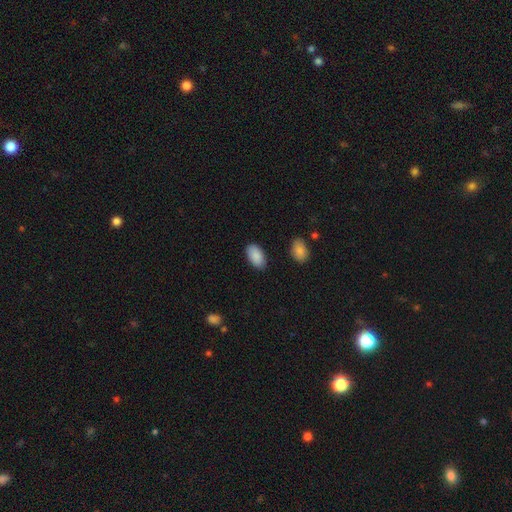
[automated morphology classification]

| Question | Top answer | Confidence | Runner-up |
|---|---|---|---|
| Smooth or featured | smooth | 89% | star or artifact (6%) |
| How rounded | in between | 95% | round (3%) |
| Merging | none | 85% | minor disturbance (11%) |